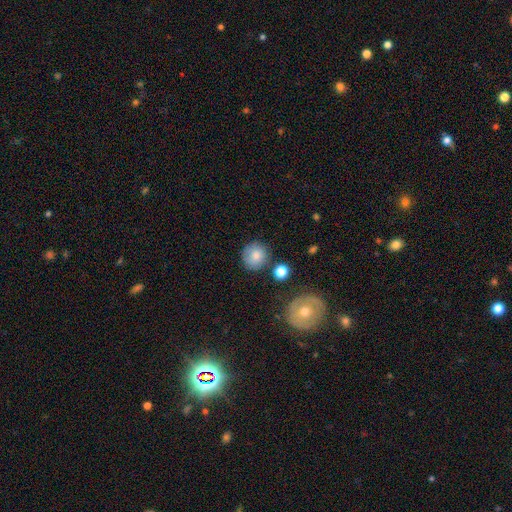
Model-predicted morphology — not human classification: Smooth or featured? smooth (80%)
How rounded? round (90%)
Merging? none (78%)